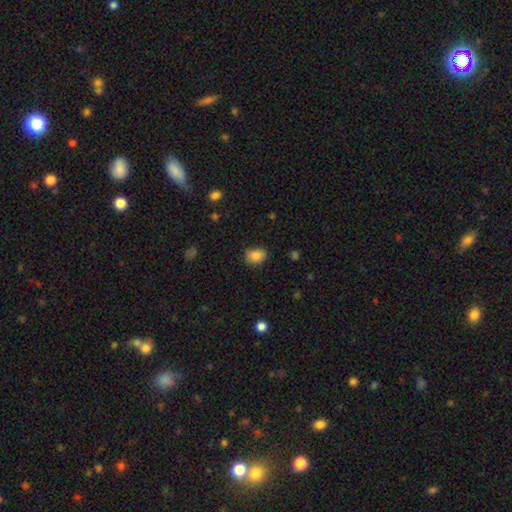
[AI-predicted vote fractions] smooth 84%, star or artifact 9%, featured or disk 7%. Down the decision tree: how rounded — in between (63%); merging — none (78%).